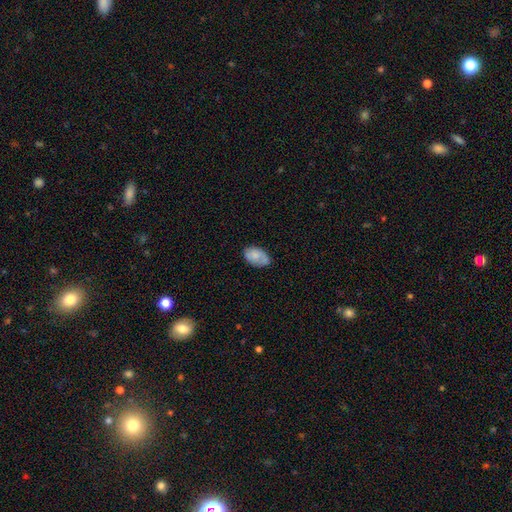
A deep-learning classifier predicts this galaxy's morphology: type=smooth (74%); roundness=in between (91%); merging=none (66%).